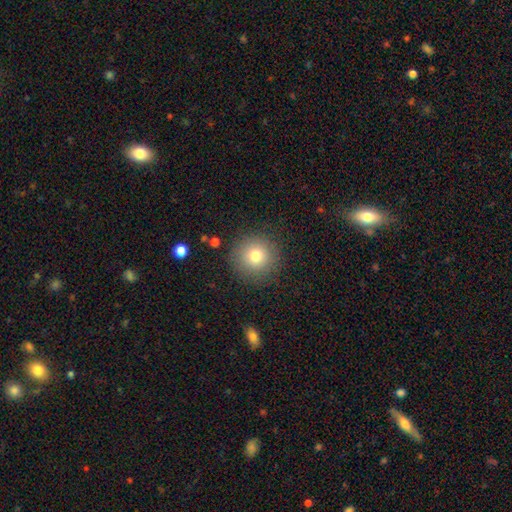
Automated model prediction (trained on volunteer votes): Smooth or featured? smooth (77%)
How rounded? round (95%)
Merging? none (88%)